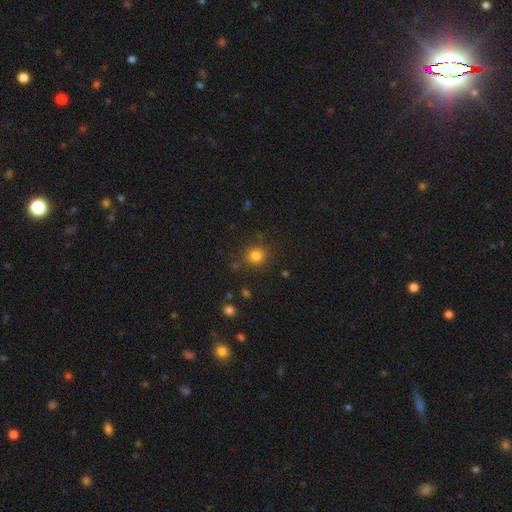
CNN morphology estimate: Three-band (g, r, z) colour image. It shows a smooth galaxy with no disk features (82%) that is round (88%). Merging: none (85%).